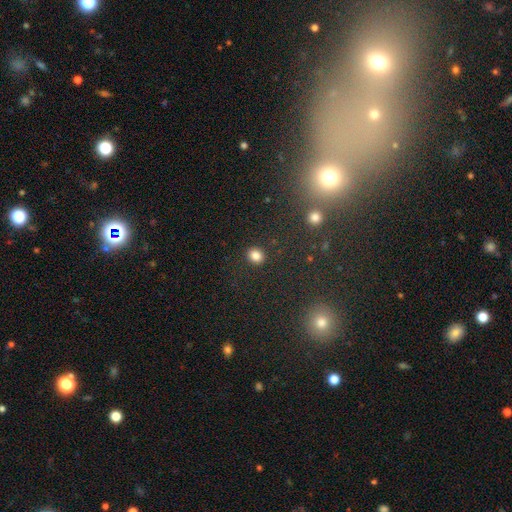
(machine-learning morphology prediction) smooth-or-featured: smooth: 84% | star or artifact: 12% | featured or disk: 5%
  how-rounded: round: 64% | in between: 35% | cigar-shaped: 1%
  merging: none: 89% | minor disturbance: 7% | major disturbance: 3% | merger: 2%